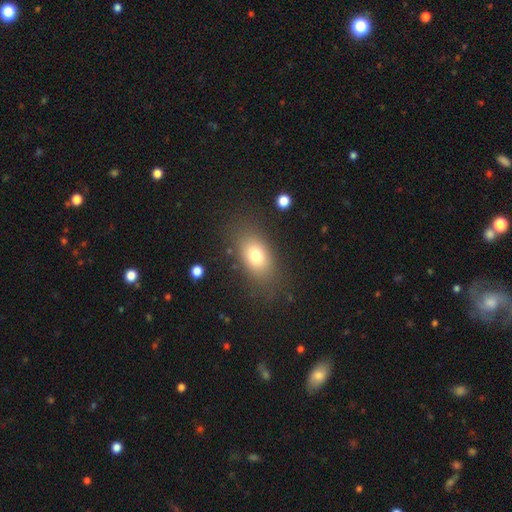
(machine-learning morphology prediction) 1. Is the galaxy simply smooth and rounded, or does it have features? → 74% smooth, 14% featured or disk, 11% star or artifact.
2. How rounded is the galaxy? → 82% in between, 15% round, 3% cigar-shaped.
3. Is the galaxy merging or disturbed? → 79% none, 12% minor disturbance, 7% major disturbance, 2% merger.